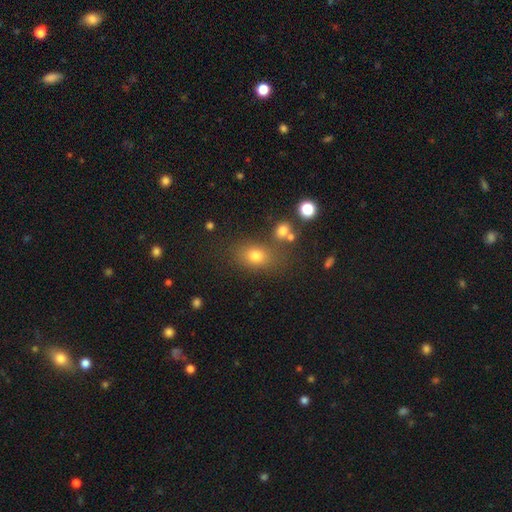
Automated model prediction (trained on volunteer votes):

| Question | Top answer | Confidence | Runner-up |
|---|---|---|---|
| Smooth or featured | smooth | 75% | star or artifact (15%) |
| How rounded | in between | 66% | round (31%) |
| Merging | none | 71% | minor disturbance (14%) |